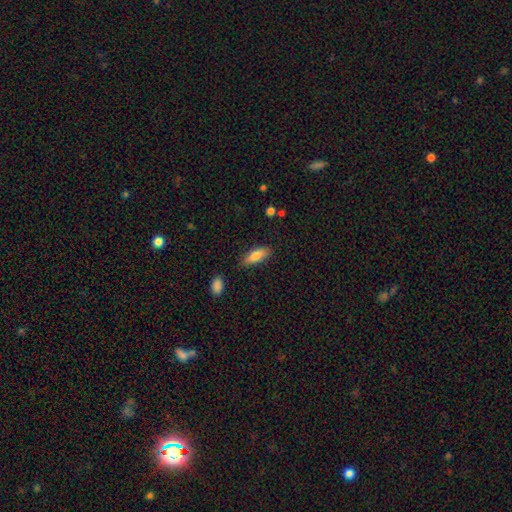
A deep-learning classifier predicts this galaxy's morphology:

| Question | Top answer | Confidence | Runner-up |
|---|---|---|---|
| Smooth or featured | smooth | 80% | featured or disk (13%) |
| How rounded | in between | 70% | cigar-shaped (27%) |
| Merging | none | 82% | minor disturbance (13%) |